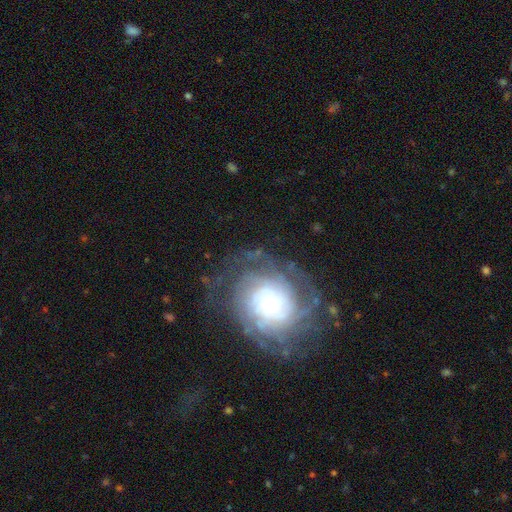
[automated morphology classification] smooth-or-featured: featured or disk: 71% | smooth: 19% | star or artifact: 11%
  disk-edge-on: no: 97% | yes: 3%
    bar: no: 82% | weak: 14% | strong: 4%
    has-spiral-arms: yes: 88% | no: 12%
      spiral-winding: tight: 68% | medium: 23% | loose: 9%
      spiral-arm-count: can't tell: 46% | 2: 16% | 3: 12% | 4: 10% | more than 4: 9% | 1: 7%
    bulge-size: large: 33% | small: 31% | moderate: 21% | dominant: 10% | none: 4%
  merging: none: 72% | minor disturbance: 15% | major disturbance: 11% | merger: 2%